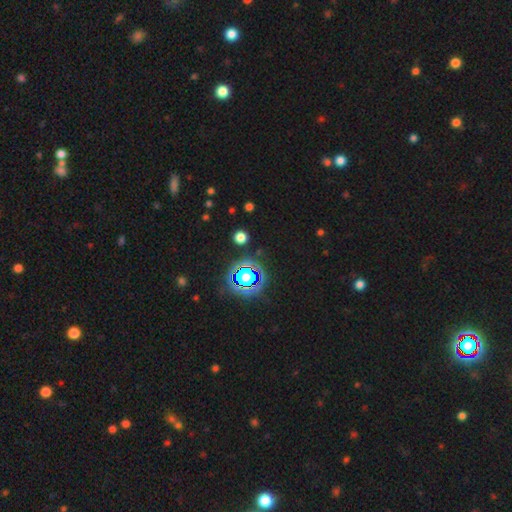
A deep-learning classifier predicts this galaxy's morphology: Smooth or featured: star or artifact — 81% (smooth — 12%)